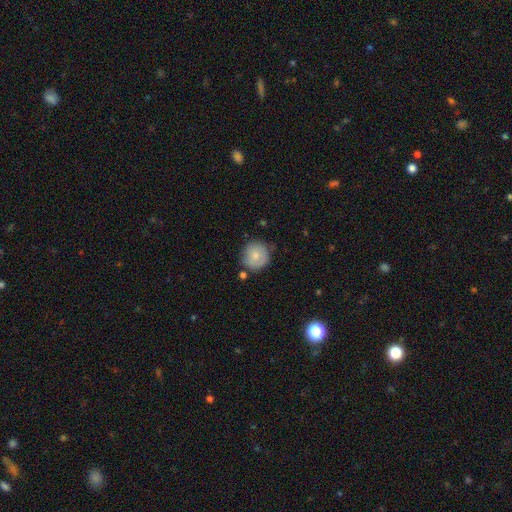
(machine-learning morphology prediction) Q: Smooth or featured?
A: smooth (74%); runner-up: featured or disk (19%)
Q: How rounded?
A: round (91%); runner-up: in between (8%)
Q: Merging?
A: none (72%); runner-up: minor disturbance (19%)